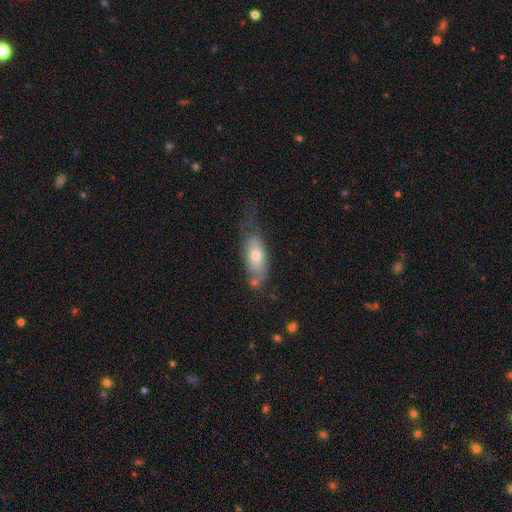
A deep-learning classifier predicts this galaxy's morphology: Overall: smooth (59%; featured or disk 35%). How rounded: in between (76%). Merging: none (41%; minor disturbance 32%).